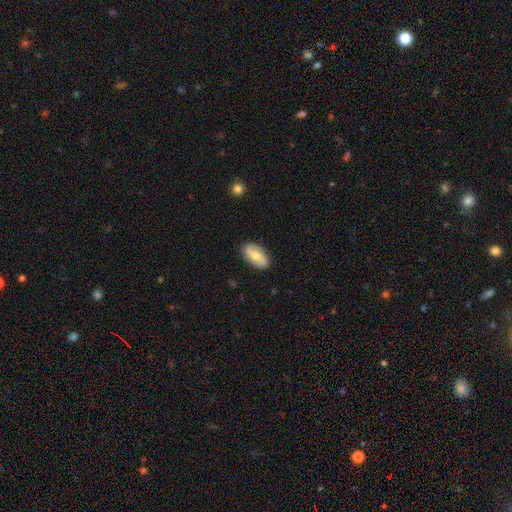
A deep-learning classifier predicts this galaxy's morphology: A featured or disk galaxy (57%) with no bar (46%), spiral arms (82%) and a moderate central bulge (68%). Merging: none (86%).